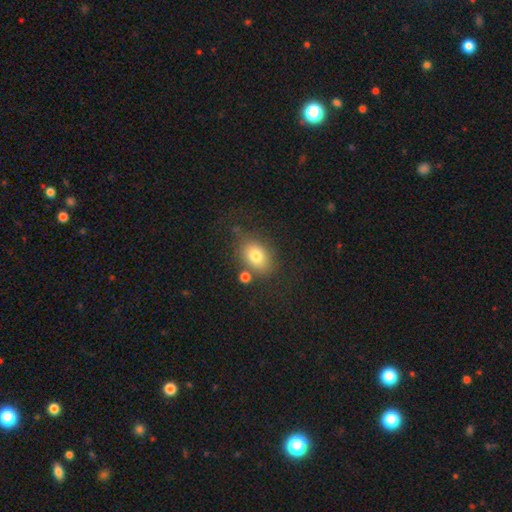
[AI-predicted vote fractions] A smooth galaxy with no disk features (77%) that is in between round and cigar-shaped (73%). Merging: none (68%).